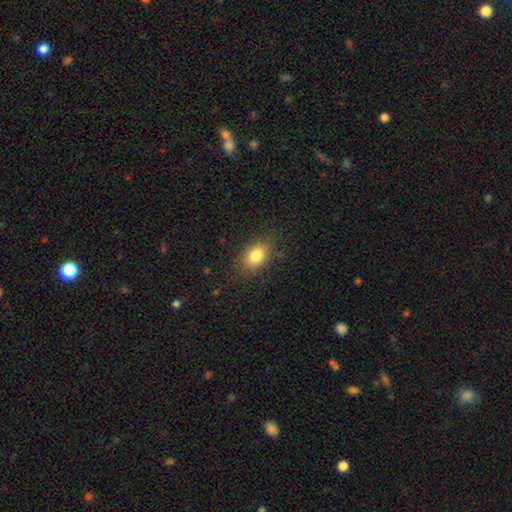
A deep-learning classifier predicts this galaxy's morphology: smooth-or-featured: smooth: 82% | star or artifact: 9% | featured or disk: 9%
  how-rounded: in between: 80% | round: 19% | cigar-shaped: 2%
  merging: none: 83% | minor disturbance: 12% | major disturbance: 4% | merger: 1%